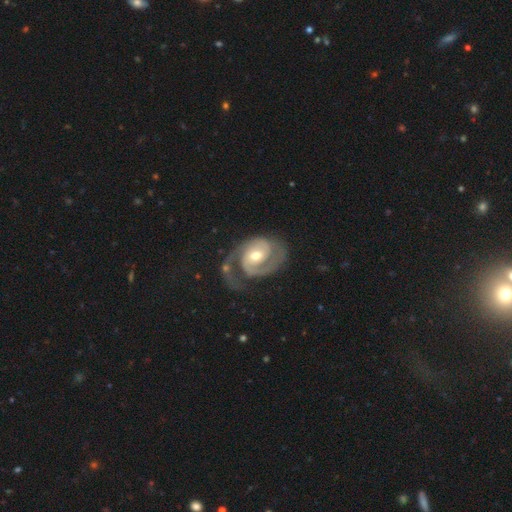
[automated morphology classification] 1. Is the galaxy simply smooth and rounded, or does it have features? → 89% featured or disk, 7% smooth, 4% star or artifact.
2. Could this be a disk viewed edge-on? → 98% no, 2% yes.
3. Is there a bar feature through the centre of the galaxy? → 48% no, 39% weak, 13% strong.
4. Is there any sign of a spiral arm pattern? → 97% yes, 3% no.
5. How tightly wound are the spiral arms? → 45% medium, 43% tight, 12% loose.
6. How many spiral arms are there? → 76% 2, 13% 1, 5% can't tell, 4% 3, 1% 4, 1% more than 4.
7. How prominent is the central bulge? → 64% moderate, 29% small, 5% large, 1% none, 1% dominant.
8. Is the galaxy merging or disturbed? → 55% none, 21% major disturbance, 20% minor disturbance, 4% merger.